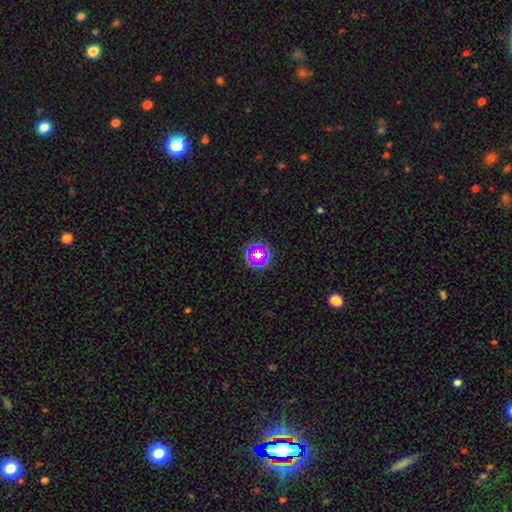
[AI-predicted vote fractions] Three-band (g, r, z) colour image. It shows a smooth galaxy with no disk features (48%). Merging: none (82%).